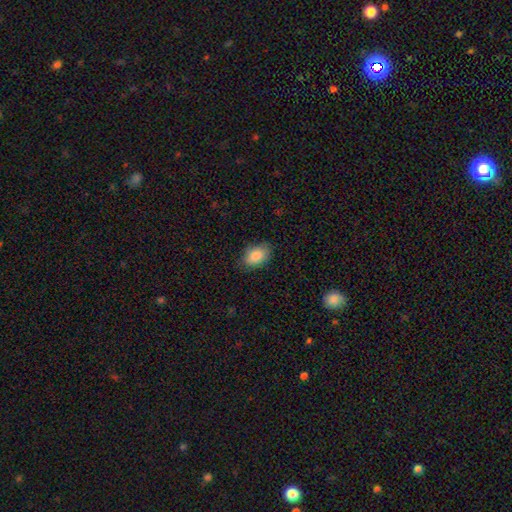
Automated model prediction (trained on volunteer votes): Overall: smooth (88%). How rounded: in between (89%). Merging: none (82%).